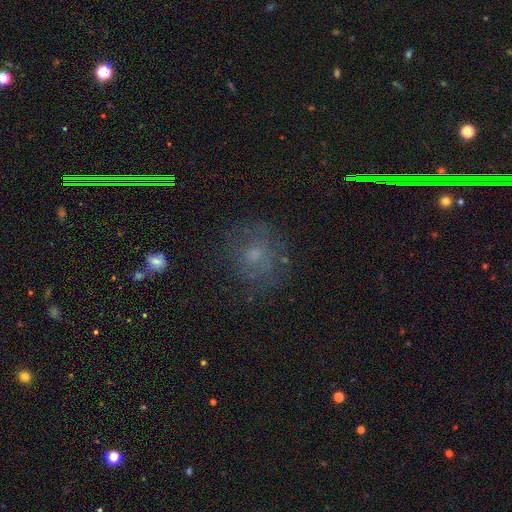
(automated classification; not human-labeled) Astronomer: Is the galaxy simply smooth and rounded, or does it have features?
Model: smooth — 41% (runner-up: featured or disk, 36%).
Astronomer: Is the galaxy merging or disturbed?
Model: none — 69%.